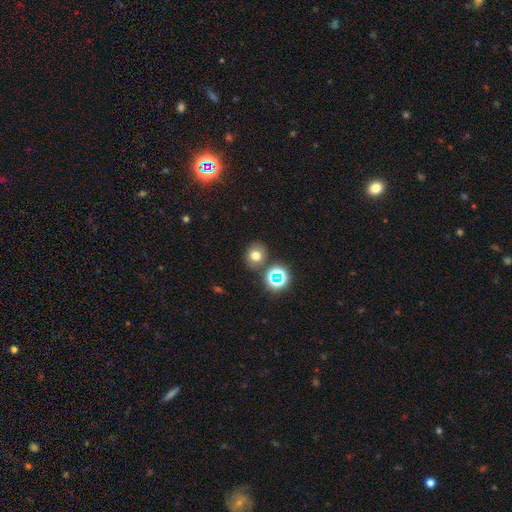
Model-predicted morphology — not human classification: smooth 68%, star or artifact 21%, featured or disk 11%. Down the decision tree: how rounded — round (76%); merging — none (79%).